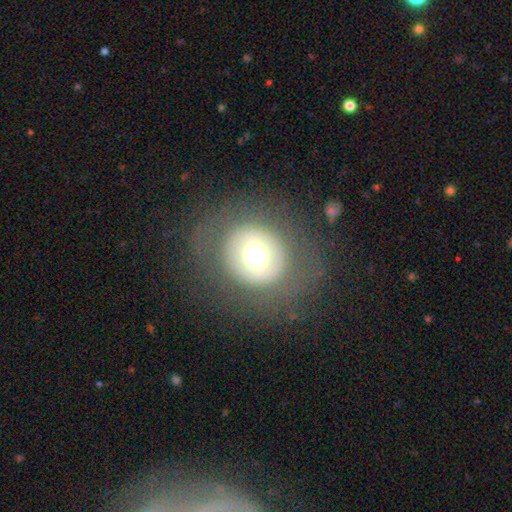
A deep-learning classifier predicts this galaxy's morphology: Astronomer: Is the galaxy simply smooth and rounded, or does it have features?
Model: smooth — 58%.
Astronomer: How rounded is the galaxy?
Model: round — 84%.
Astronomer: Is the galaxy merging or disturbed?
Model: none — 79%.